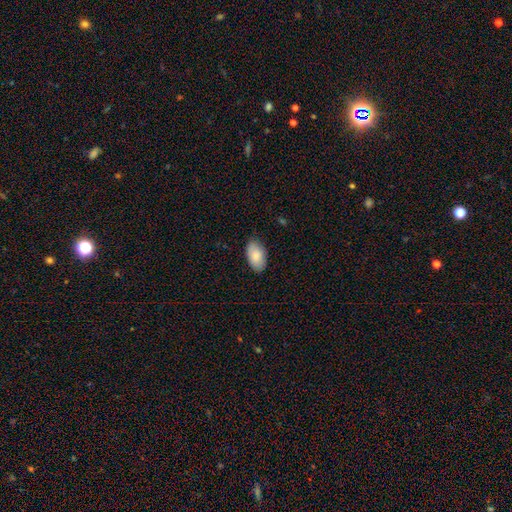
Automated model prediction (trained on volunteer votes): Smooth or featured?
  - smooth: 84% *
  - featured or disk: 10%
  - star or artifact: 6%
How rounded?
  - in between: 95% *
  - round: 4%
  - cigar-shaped: 1%
Merging?
  - none: 82% *
  - minor disturbance: 15%
  - major disturbance: 2%
  - merger: 1%